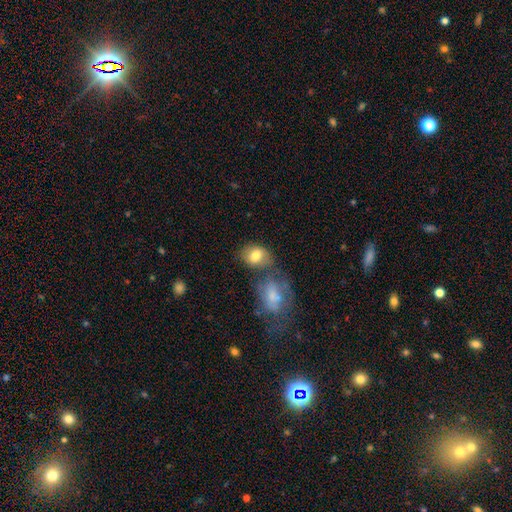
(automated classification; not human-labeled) A smooth galaxy with no disk features (77%) that is in between round and cigar-shaped (61%).

Vote fractions:
- Smooth or featured? smooth: 77% / featured or disk: 15% / star or artifact: 8%
- How rounded? in between: 61% / round: 37% / cigar-shaped: 1%
- Merging? none: 46% / merger: 30% / minor disturbance: 16% / major disturbance: 8%